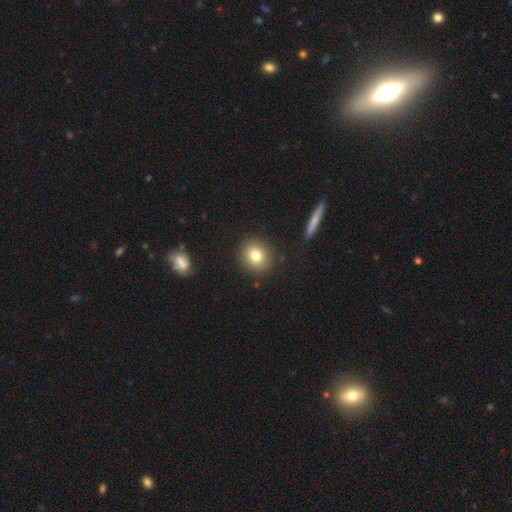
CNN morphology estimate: smooth 79%, star or artifact 11%, featured or disk 10%. Down the decision tree: how rounded — round (82%); merging — none (88%).